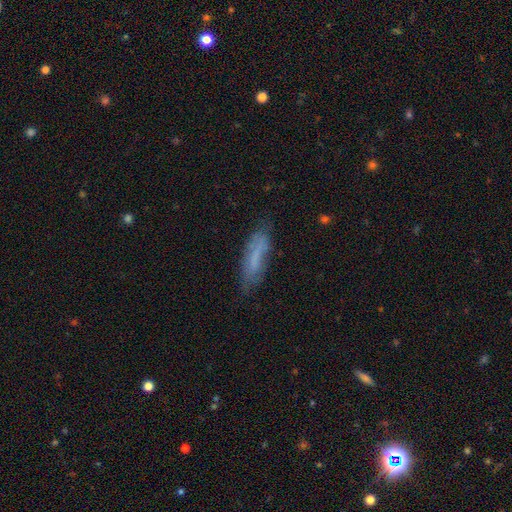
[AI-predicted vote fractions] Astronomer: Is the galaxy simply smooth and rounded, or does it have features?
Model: smooth — 60%.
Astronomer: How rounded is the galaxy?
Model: cigar-shaped — 62%.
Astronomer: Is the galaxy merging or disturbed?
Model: none — 66%.